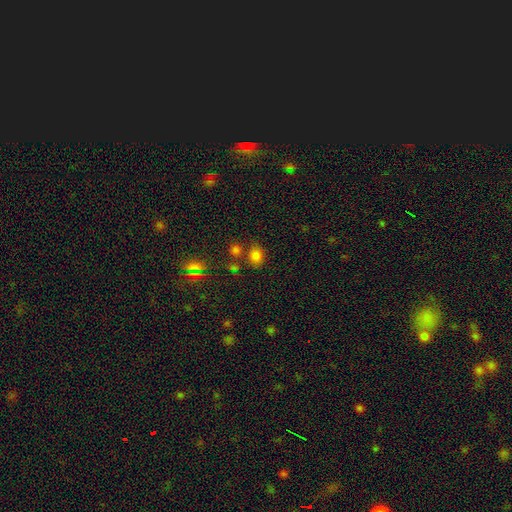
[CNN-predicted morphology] Smooth or featured?
  - smooth: 73% *
  - star or artifact: 21%
  - featured or disk: 7%
How rounded?
  - in between: 58% *
  - round: 40%
  - cigar-shaped: 1%
Merging?
  - none: 69% *
  - merger: 13%
  - minor disturbance: 13%
  - major disturbance: 5%